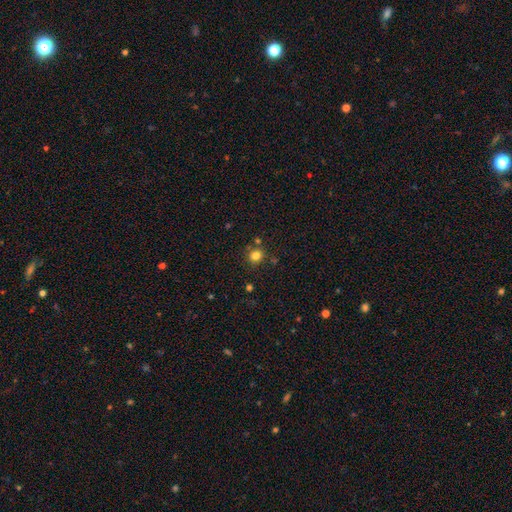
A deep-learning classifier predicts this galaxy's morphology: A smooth galaxy with no disk features (80%) that is round (90%). Merging: none (80%).